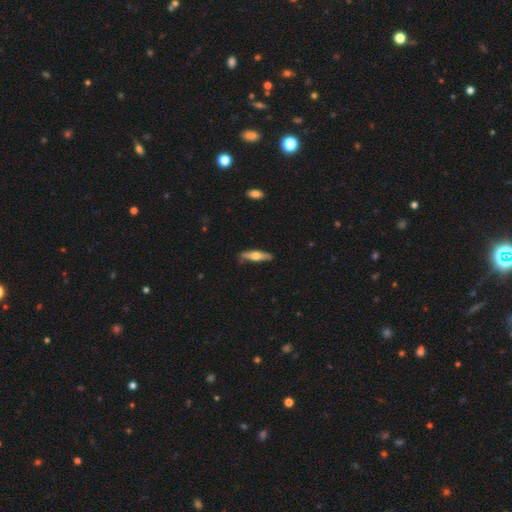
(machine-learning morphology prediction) smooth_or_featured: smooth (p=0.53) [alt: featured or disk p=0.41]
how_rounded: cigar-shaped (p=0.72) [alt: in between p=0.26]
merging: none (p=0.76) [alt: minor disturbance p=0.19]